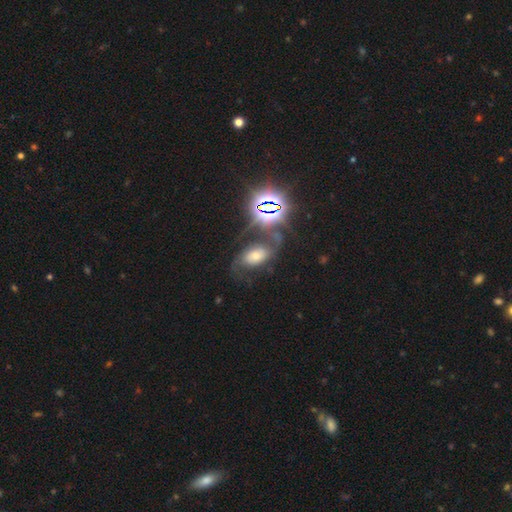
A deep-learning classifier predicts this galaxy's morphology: The model was most divided on "smooth or featured": featured or disk: 45%, smooth: 28%, star or artifact: 27%. Remaining: merging — none (49%).